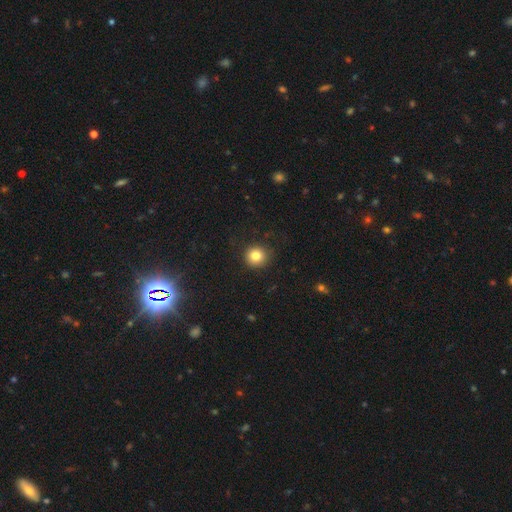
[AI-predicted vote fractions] smooth-or-featured: smooth: 82% | star or artifact: 11% | featured or disk: 6%
  how-rounded: round: 93% | in between: 6% | cigar-shaped: 1%
  merging: none: 89% | minor disturbance: 8% | major disturbance: 3% | merger: 1%